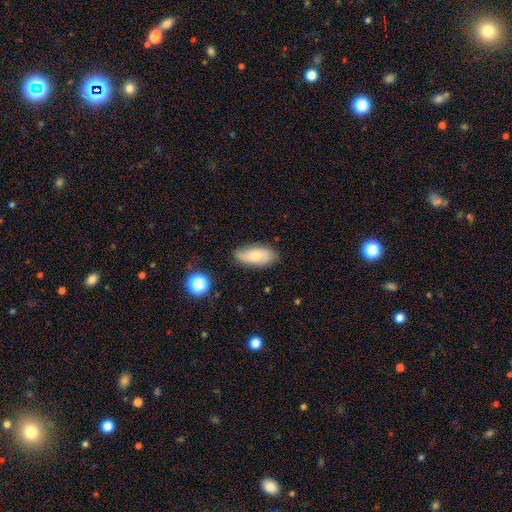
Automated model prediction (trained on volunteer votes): Overall: smooth (70%). How rounded: in between (86%). Merging: none (75%).